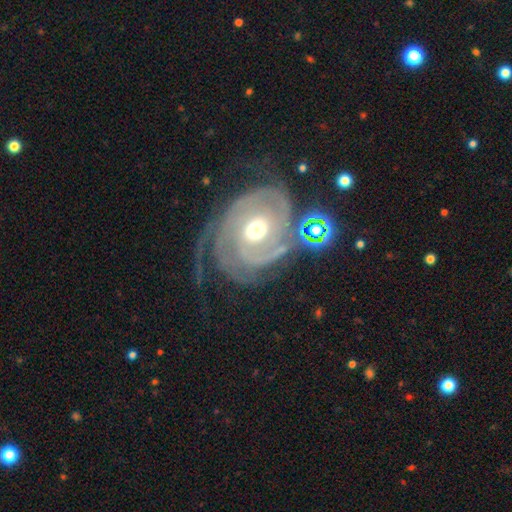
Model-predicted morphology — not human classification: A featured or disk galaxy (88%) with no bar (58%), 3 (34%) tight (78%) spiral arms (97%) and a moderate central bulge (71%). Merging: none (64%).